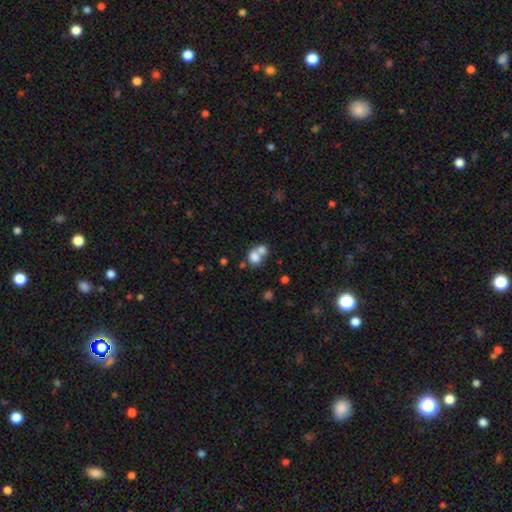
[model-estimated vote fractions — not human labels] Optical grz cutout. It shows a smooth galaxy with no disk features (74%) that is round (61%). Merging: merger (63%).